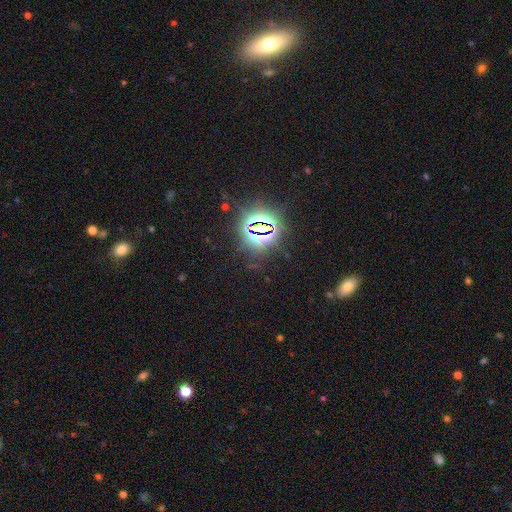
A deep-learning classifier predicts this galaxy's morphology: Smooth or featured? star or artifact (82%)